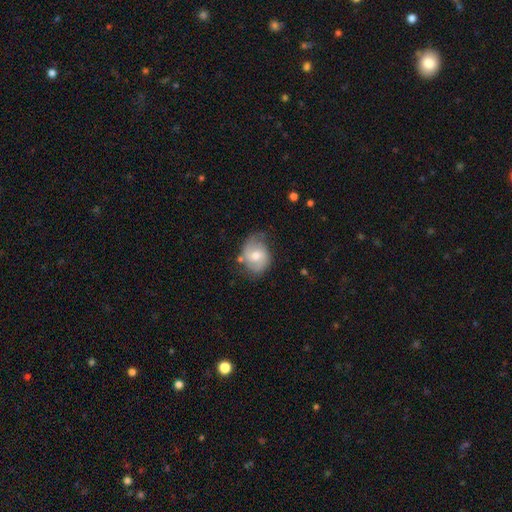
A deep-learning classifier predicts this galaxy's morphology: type=featured or disk (56%); edge-on=no (97%); bar=no (51%); spiral arms=yes (82%); bulge=moderate (67%); merging=none (59%).